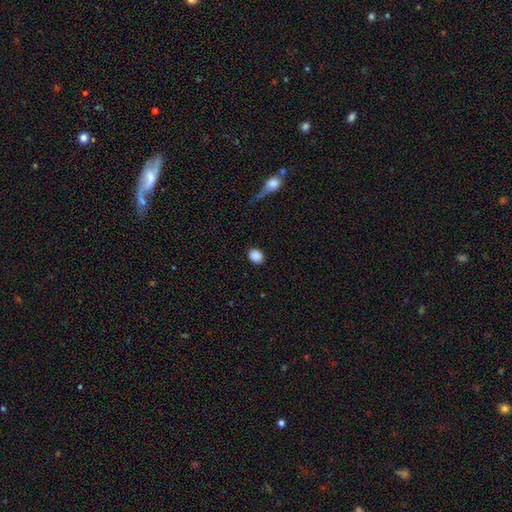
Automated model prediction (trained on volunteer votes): Smooth or featured? Predicted: smooth (p=0.88). How rounded? Predicted: round (p=0.59). Merging? Predicted: none (p=0.88).